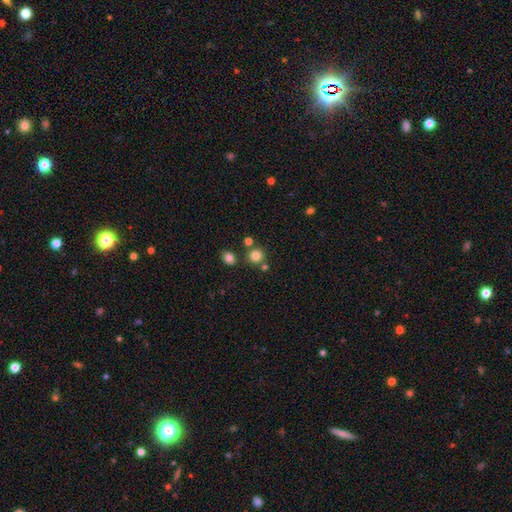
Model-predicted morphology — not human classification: The model was most divided on "merging": none: 76%, merger: 13%, minor disturbance: 8%, major disturbance: 3%. More confident: how rounded — round (89%); smooth or featured — smooth (81%).